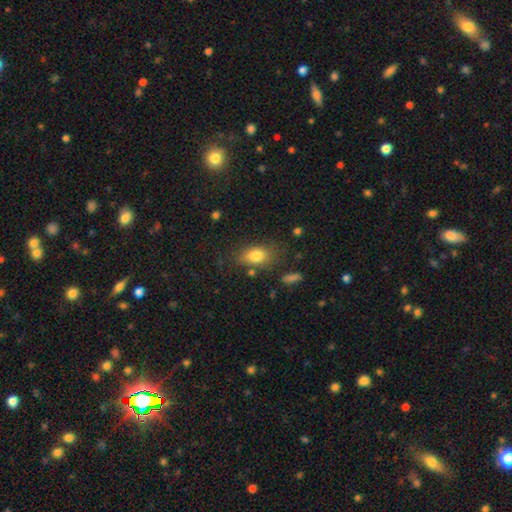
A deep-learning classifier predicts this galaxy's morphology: A smooth galaxy with no disk features (81%) that is in between round and cigar-shaped (82%).

Vote fractions:
- Smooth or featured? smooth: 81% / star or artifact: 10% / featured or disk: 9%
- How rounded? in between: 82% / round: 16% / cigar-shaped: 3%
- Merging? none: 73% / minor disturbance: 17% / major disturbance: 5% / merger: 4%